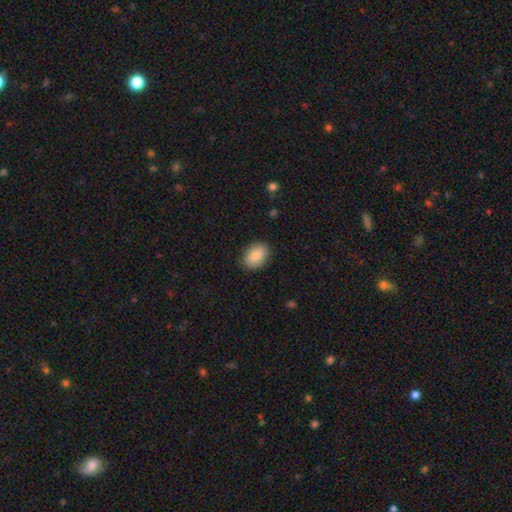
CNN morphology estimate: A smooth galaxy with no disk features (85%) that is in between round and cigar-shaped (78%). Merging: none (86%).